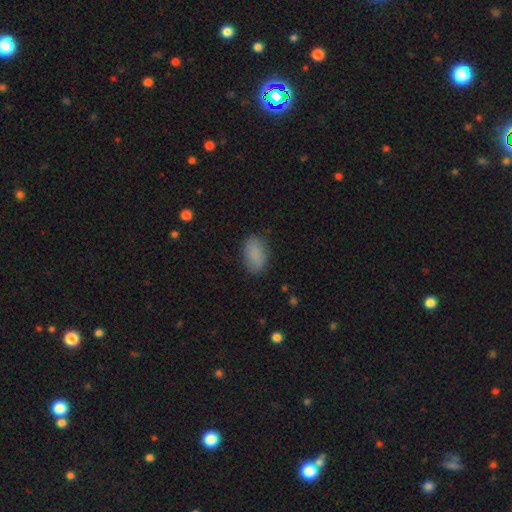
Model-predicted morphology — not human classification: This appears to be a smooth galaxy with no disk features (87%) that is in between round and cigar-shaped (92%). Merging: none (83%).